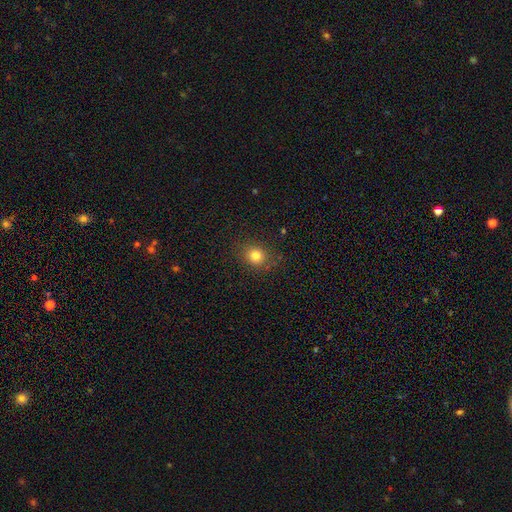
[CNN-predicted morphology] Overall: smooth (80%). How rounded: round (73%). Merging: none (85%).